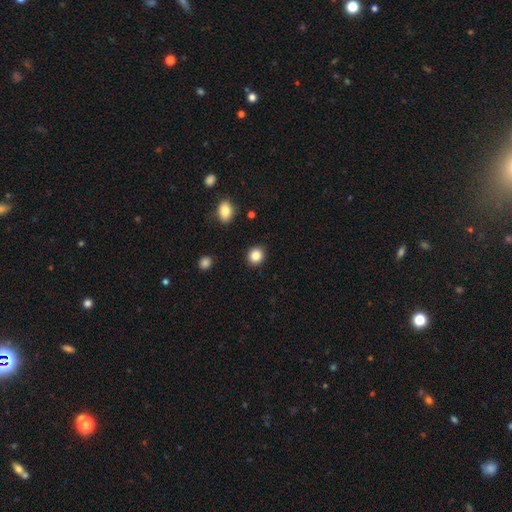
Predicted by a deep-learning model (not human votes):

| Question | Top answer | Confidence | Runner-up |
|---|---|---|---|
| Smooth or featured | smooth | 85% | star or artifact (10%) |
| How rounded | round | 79% | in between (20%) |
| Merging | none | 91% | minor disturbance (6%) |